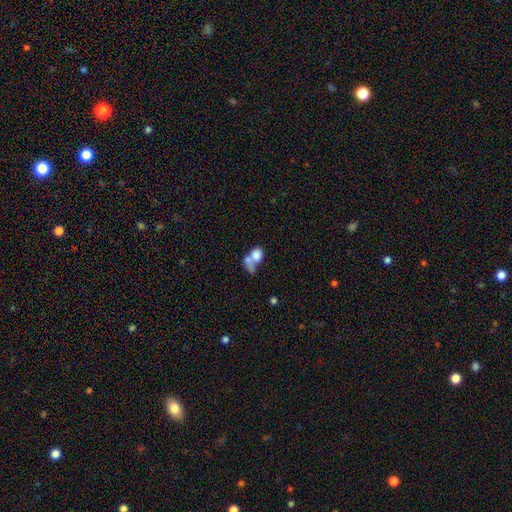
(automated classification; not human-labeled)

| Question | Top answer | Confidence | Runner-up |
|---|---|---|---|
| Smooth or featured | smooth | 72% | featured or disk (19%) |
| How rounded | in between | 65% | round (32%) |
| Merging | merger | 64% | none (16%) |